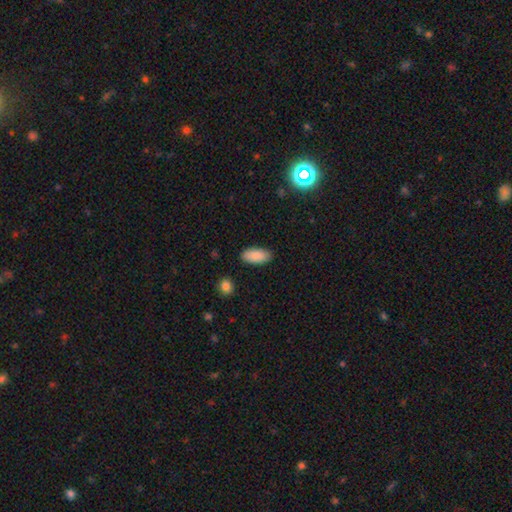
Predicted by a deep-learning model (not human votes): smooth-or-featured: smooth: 88% | star or artifact: 6% | featured or disk: 6%
  how-rounded: in between: 92% | cigar-shaped: 6% | round: 2%
  merging: none: 87% | minor disturbance: 9% | major disturbance: 2% | merger: 1%